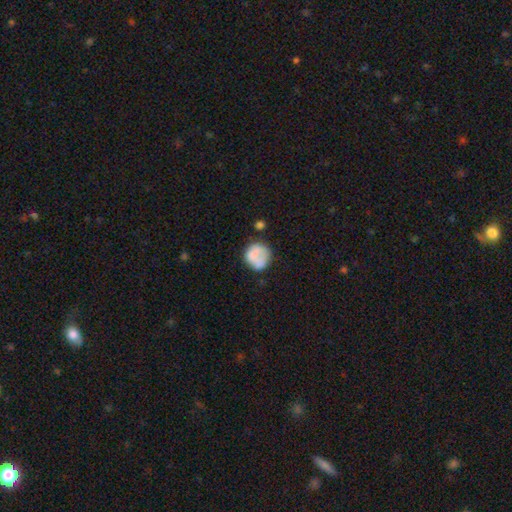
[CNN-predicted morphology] Smooth or featured: smooth — 70% (featured or disk — 22%)
How rounded: round — 83% (in between — 16%)
Merging: none — 54% (minor disturbance — 23%)